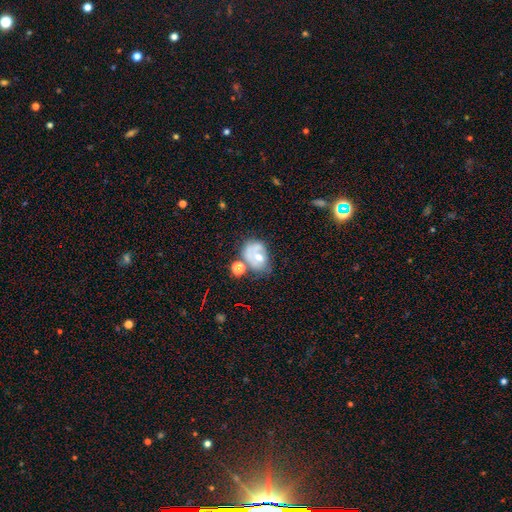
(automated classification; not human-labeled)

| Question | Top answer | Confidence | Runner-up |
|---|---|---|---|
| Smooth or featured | smooth | 44% | tied: featured or disk (44%) |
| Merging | none | 32% | merger (25%) |